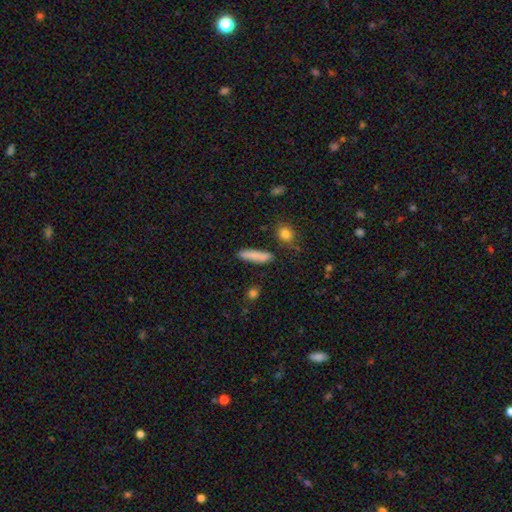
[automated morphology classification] Overall: smooth (79%). How rounded: cigar-shaped (71%). Merging: none (81%).